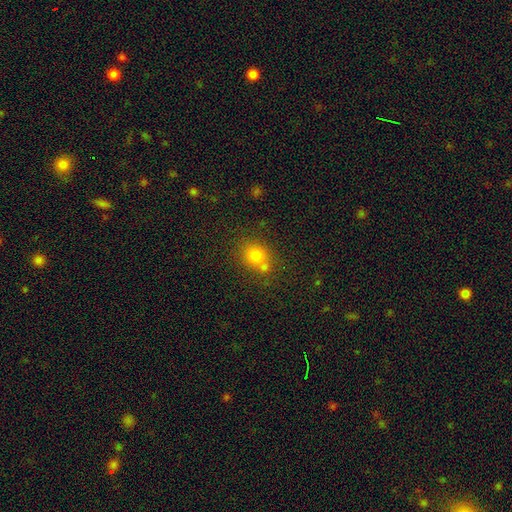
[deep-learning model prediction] Smooth or featured: smooth — 75% (star or artifact — 15%)
How rounded: round — 74% (in between — 25%)
Merging: none — 56% (merger — 30%)